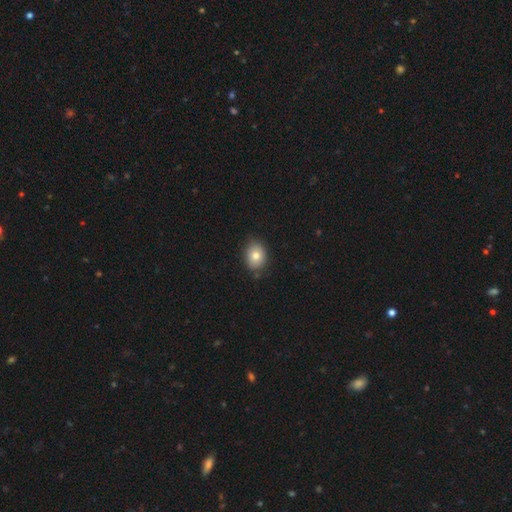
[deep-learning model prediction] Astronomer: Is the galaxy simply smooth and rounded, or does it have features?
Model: smooth — 80%.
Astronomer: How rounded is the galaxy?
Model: in between — 57% (runner-up: round, 42%).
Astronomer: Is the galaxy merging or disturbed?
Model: none — 82%.